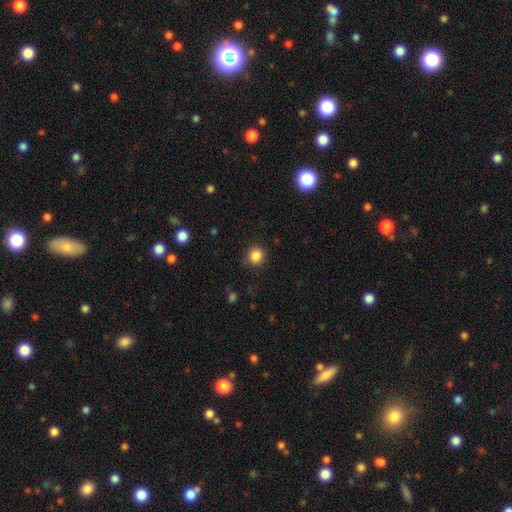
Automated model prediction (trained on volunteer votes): A smooth galaxy with no disk features (86%) that is round (91%). Merging: none (89%).